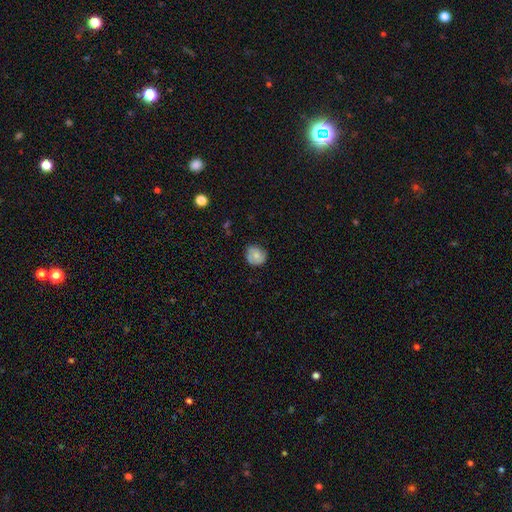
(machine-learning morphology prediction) smooth_or_featured: smooth (p=0.66) [alt: featured or disk p=0.26]
how_rounded: round (p=0.81) [alt: in between p=0.18]
merging: none (p=0.76) [alt: minor disturbance p=0.19]